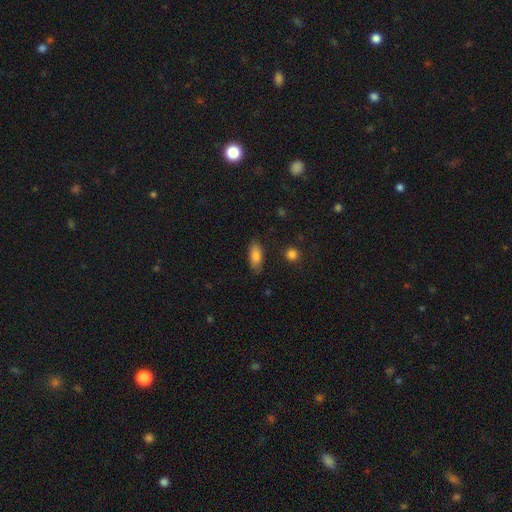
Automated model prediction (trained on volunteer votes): smooth_or_featured: smooth (p=0.82) [alt: featured or disk p=0.10]
how_rounded: in between (p=0.82) [alt: cigar-shaped p=0.15]
merging: none (p=0.81) [alt: minor disturbance p=0.15]